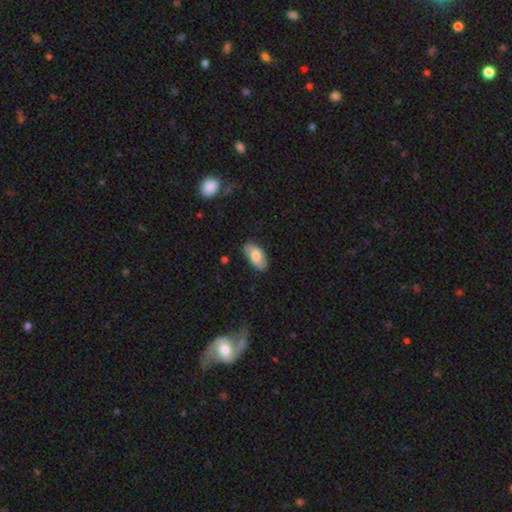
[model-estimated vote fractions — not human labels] Smooth or featured: smooth — 72% (featured or disk — 22%)
How rounded: in between — 95% (cigar-shaped — 3%)
Merging: none — 81% (minor disturbance — 15%)